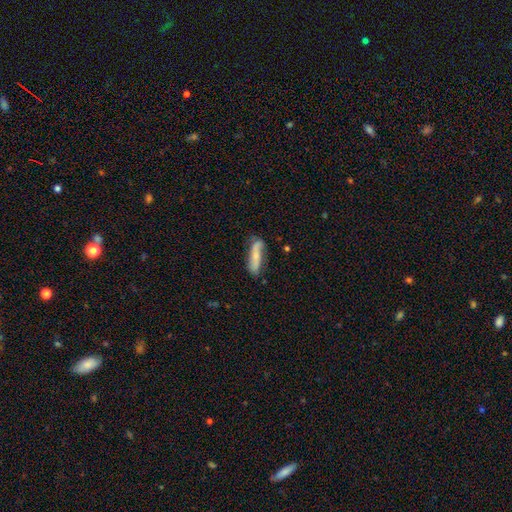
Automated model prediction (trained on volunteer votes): The model was most divided on "smooth or featured": smooth: 57%, featured or disk: 36%, star or artifact: 6%. More confident: how rounded — cigar-shaped (71%); merging — none (68%).